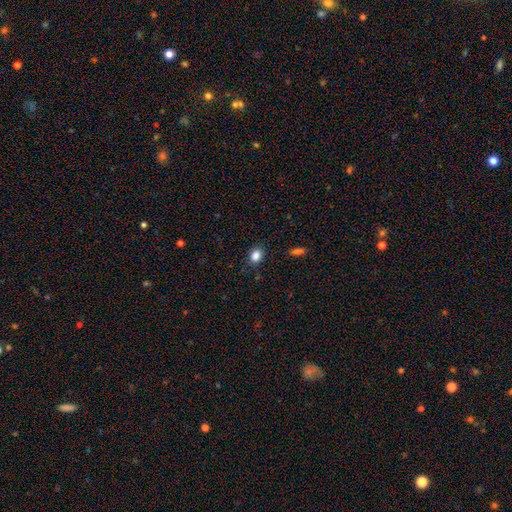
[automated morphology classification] smooth_or_featured: smooth (p=0.85) [alt: star or artifact p=0.10]
how_rounded: in between (p=0.61) [alt: round p=0.38]
merging: none (p=0.83) [alt: minor disturbance p=0.13]